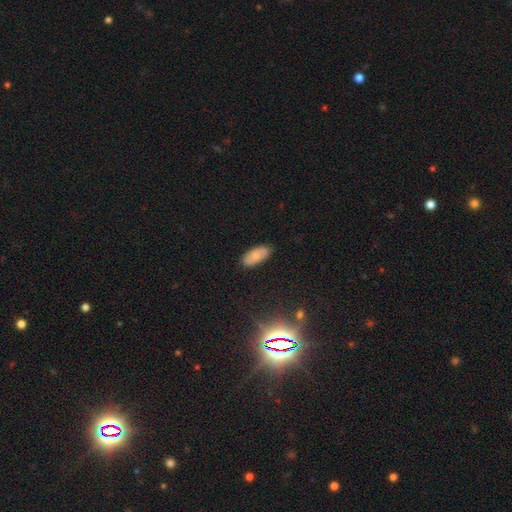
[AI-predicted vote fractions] smooth 69%, featured or disk 23%, star or artifact 8%. Down the decision tree: how rounded — in between (89%); merging — none (84%).